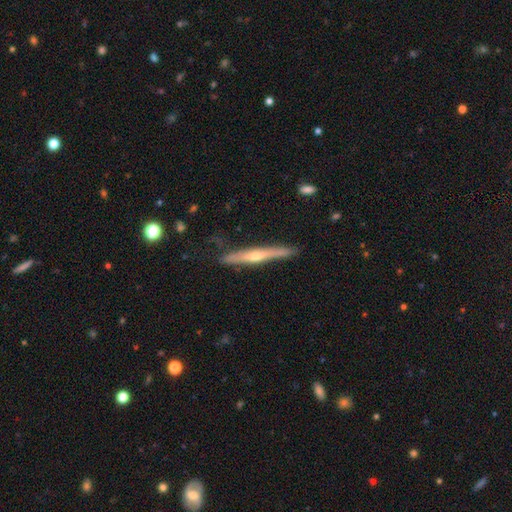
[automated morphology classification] type=featured or disk (65%); edge-on=yes (96%); edge-on bulge=rounded (77%); merging=none (82%).